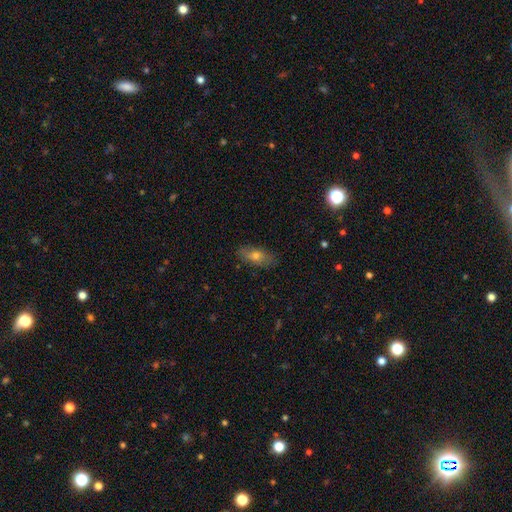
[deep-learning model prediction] Smooth or featured? Predicted: smooth (p=0.64). How rounded? Predicted: in between (p=0.72). Merging? Predicted: none (p=0.83).